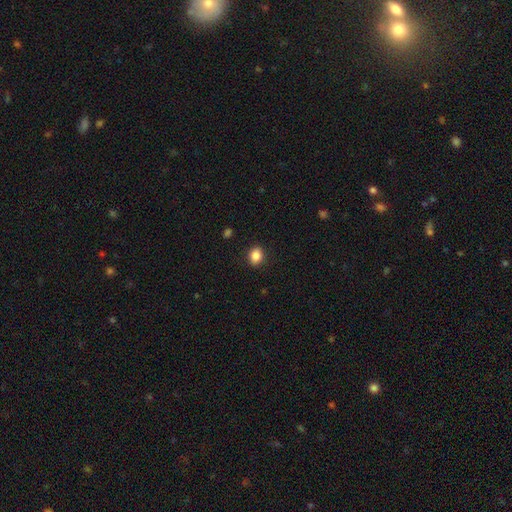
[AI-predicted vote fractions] Morphology: type=smooth (86%); roundness=in between (52%); merging=none (90%).